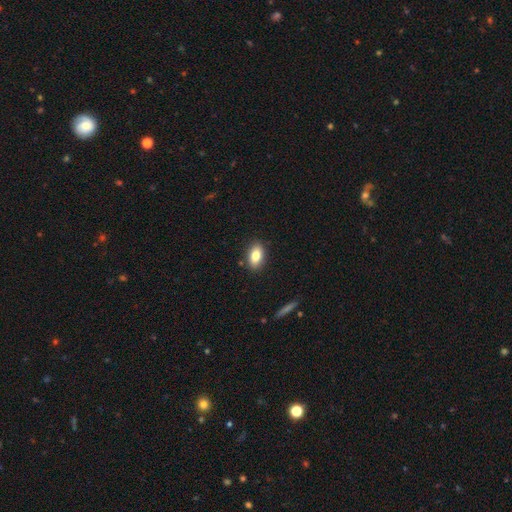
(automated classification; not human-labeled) smooth-or-featured: smooth: 81% | featured or disk: 11% | star or artifact: 8%
  how-rounded: in between: 89% | round: 7% | cigar-shaped: 4%
  merging: none: 87% | minor disturbance: 9% | major disturbance: 2% | merger: 2%